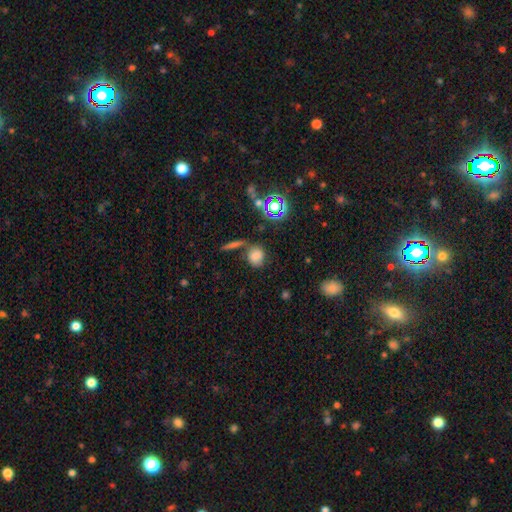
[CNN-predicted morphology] smooth-or-featured: smooth: 74% | star or artifact: 17% | featured or disk: 9%
  how-rounded: round: 72% | in between: 25% | cigar-shaped: 3%
  merging: none: 60% | merger: 20% | minor disturbance: 14% | major disturbance: 6%